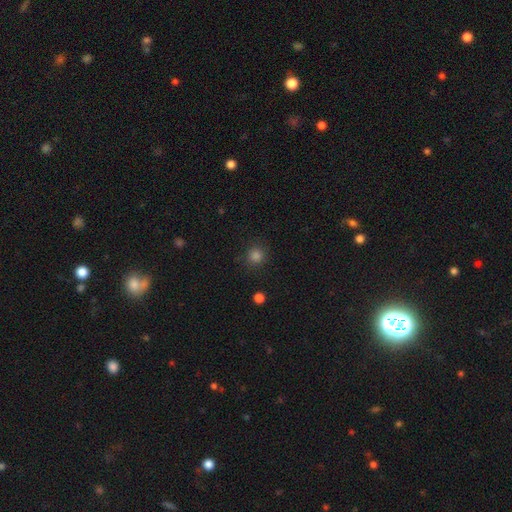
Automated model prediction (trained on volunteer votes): Smooth or featured? smooth (82%)
How rounded? round (92%)
Merging? none (88%)